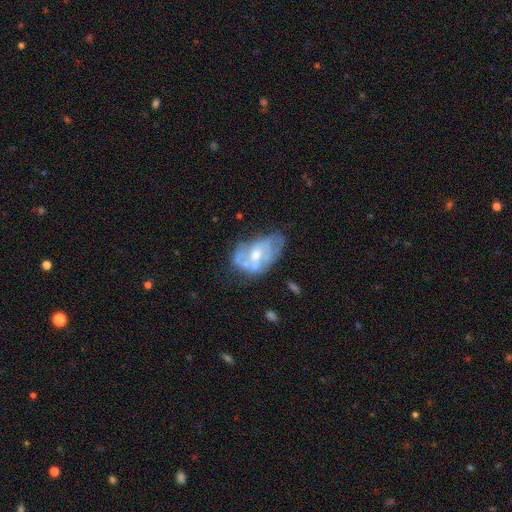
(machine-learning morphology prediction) A featured or disk galaxy (63%) with no bar (79%), no spiral arms (70%) and a moderate central bulge (58%). Merging: none (34%).